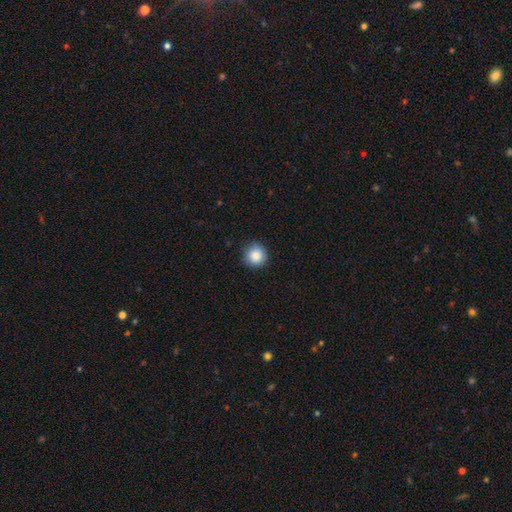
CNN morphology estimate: Overall: smooth (87%). How rounded: round (95%). Merging: none (89%).